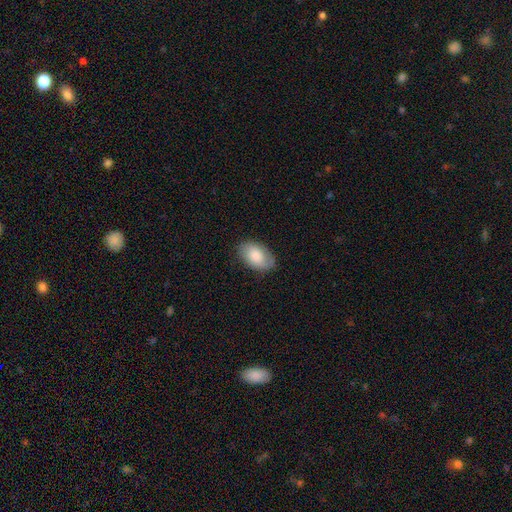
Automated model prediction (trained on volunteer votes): Morphology: type=smooth (77%); roundness=in between (93%); merging=none (79%).